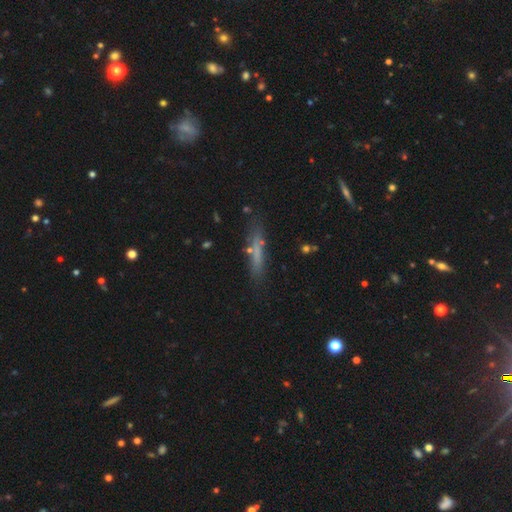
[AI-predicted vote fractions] smooth_or_featured: smooth (p=0.56) [alt: featured or disk p=0.31]
how_rounded: cigar-shaped (p=0.86) [alt: in between p=0.11]
merging: none (p=0.74) [alt: minor disturbance p=0.17]